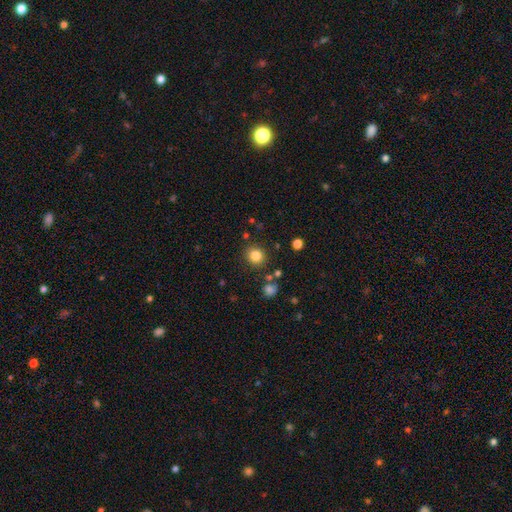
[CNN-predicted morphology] Smooth or featured? smooth (83%)
How rounded? round (89%)
Merging? none (86%)